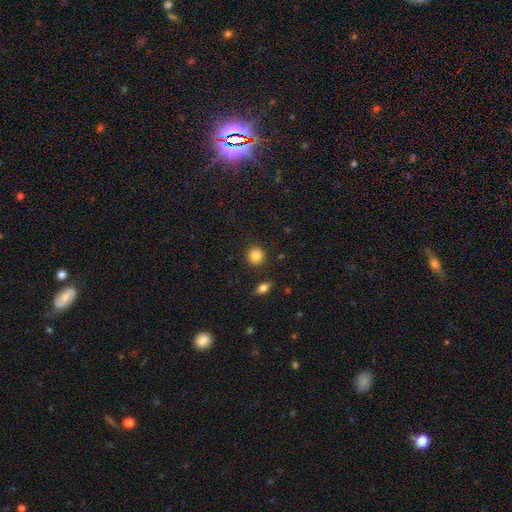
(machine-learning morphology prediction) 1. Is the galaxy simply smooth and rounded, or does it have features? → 86% smooth, 9% star or artifact, 5% featured or disk.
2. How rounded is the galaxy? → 88% round, 10% in between, 1% cigar-shaped.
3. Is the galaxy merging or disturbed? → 89% none, 6% minor disturbance, 2% merger, 2% major disturbance.